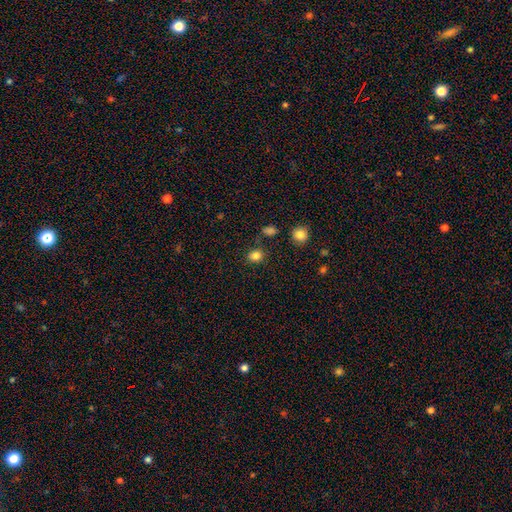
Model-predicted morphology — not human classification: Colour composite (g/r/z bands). It shows a smooth galaxy with no disk features (83%) that is round (59%). Merging: none (80%).